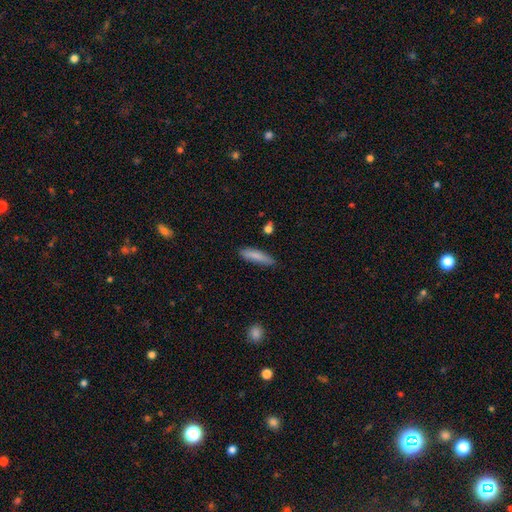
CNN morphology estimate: smooth-or-featured: smooth: 83% | featured or disk: 10% | star or artifact: 7%
  how-rounded: cigar-shaped: 76% | in between: 23% | round: 2%
  merging: none: 80% | minor disturbance: 16% | major disturbance: 3% | merger: 2%